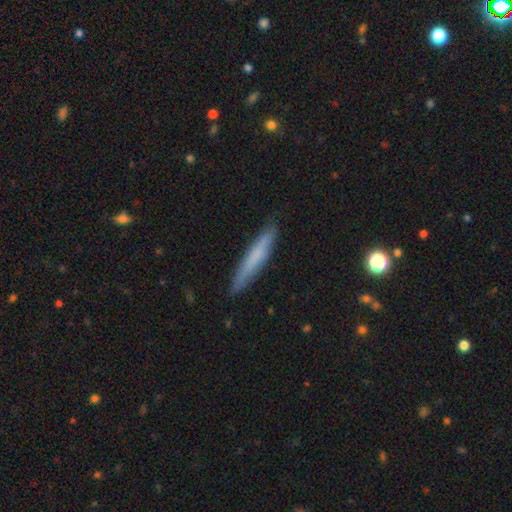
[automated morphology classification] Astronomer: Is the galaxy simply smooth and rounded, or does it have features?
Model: smooth — 66%.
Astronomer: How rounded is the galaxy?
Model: cigar-shaped — 94%.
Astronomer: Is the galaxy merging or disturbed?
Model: none — 88%.